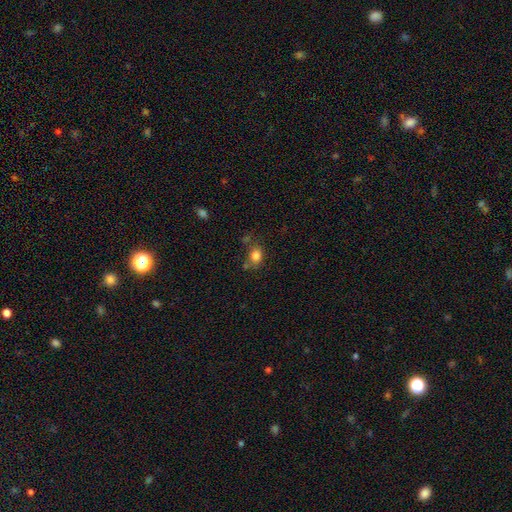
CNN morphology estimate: smooth_or_featured: smooth (p=0.81) [alt: star or artifact p=0.11]
how_rounded: in between (p=0.54) [alt: round p=0.45]
merging: none (p=0.66) [alt: minor disturbance p=0.17]